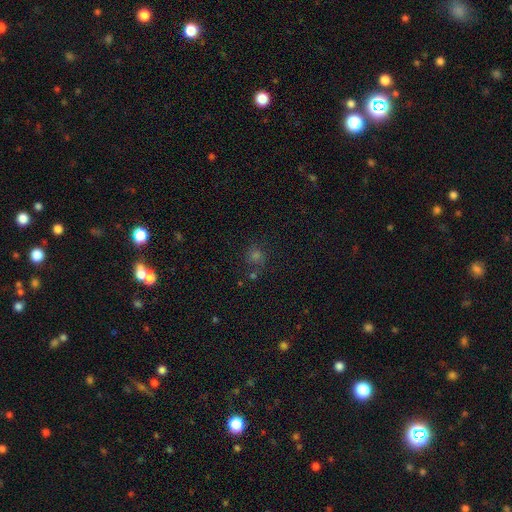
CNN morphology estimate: This appears to be a smooth galaxy with no disk features (53%) that is round (88%). Merging: none (74%).